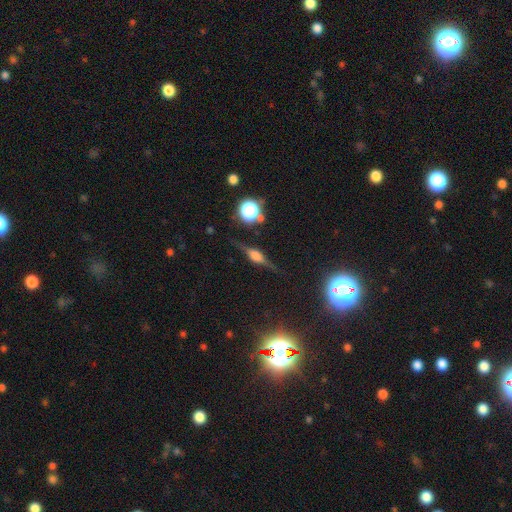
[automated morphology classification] Smooth or featured: featured or disk — 76% (smooth — 13%)
Edge-on disk: yes — 95% (no — 5%)
Edge-on bulge: rounded — 82% (boxy — 16%)
Merging: none — 82% (minor disturbance — 12%)